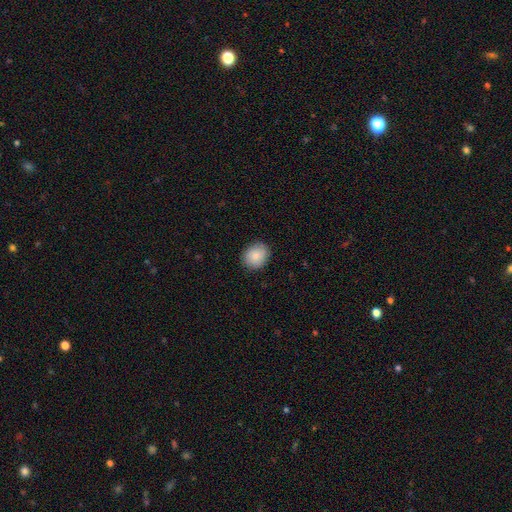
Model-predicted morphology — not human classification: smooth-or-featured: smooth: 86% | featured or disk: 7% | star or artifact: 7%
  how-rounded: round: 63% | in between: 36% | cigar-shaped: 1%
  merging: none: 87% | minor disturbance: 10% | major disturbance: 2% | merger: 1%